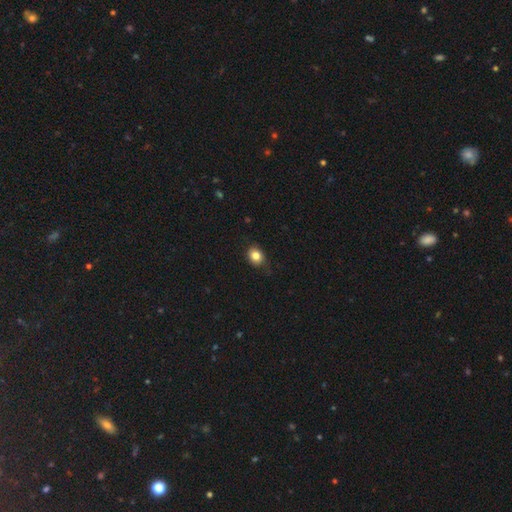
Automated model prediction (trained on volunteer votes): Smooth or featured?
  - smooth: 83% *
  - star or artifact: 10%
  - featured or disk: 6%
How rounded?
  - round: 59% *
  - in between: 40%
  - cigar-shaped: 1%
Merging?
  - none: 83% *
  - minor disturbance: 14%
  - major disturbance: 2%
  - merger: 1%